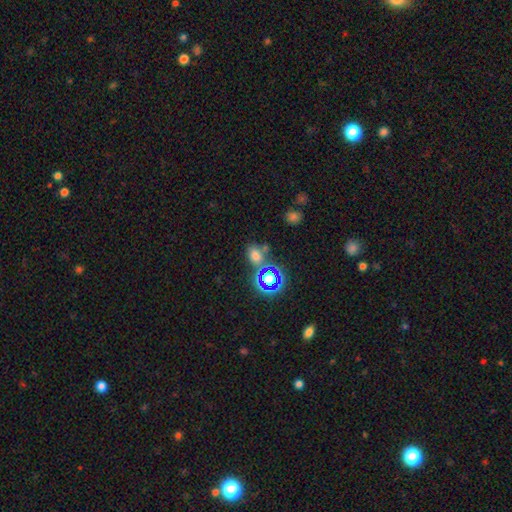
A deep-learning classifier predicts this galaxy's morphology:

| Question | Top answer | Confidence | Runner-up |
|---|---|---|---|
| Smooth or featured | smooth | 61% | star or artifact (30%) |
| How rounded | in between | 66% | round (32%) |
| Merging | none | 63% | merger (18%) |